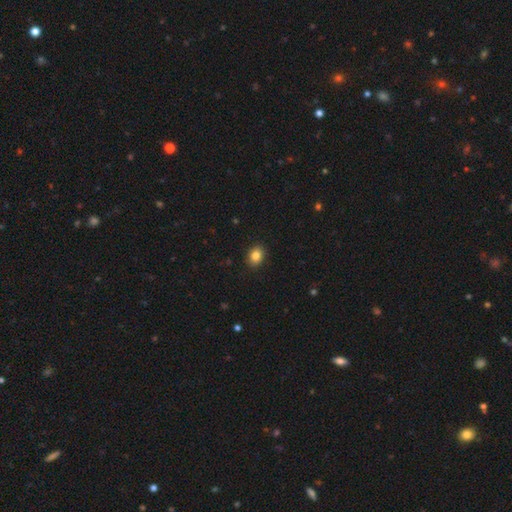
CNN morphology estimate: The model was most divided on "how rounded": in between: 57%, round: 43%, cigar-shaped: 1%. More confident: merging — none (90%); smooth or featured — smooth (85%).